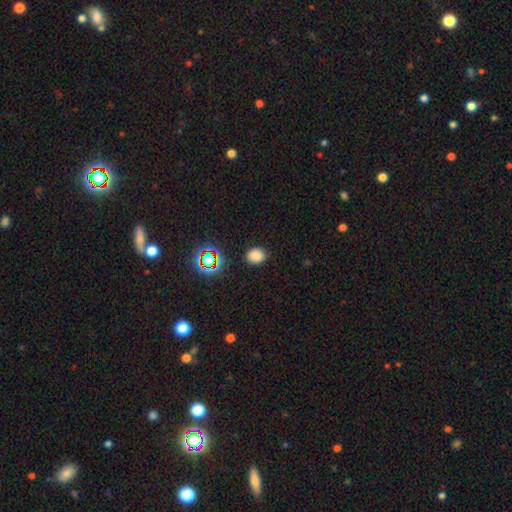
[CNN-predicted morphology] This appears to be a smooth galaxy with no disk features (78%) that is round (54%). Merging: none (86%).